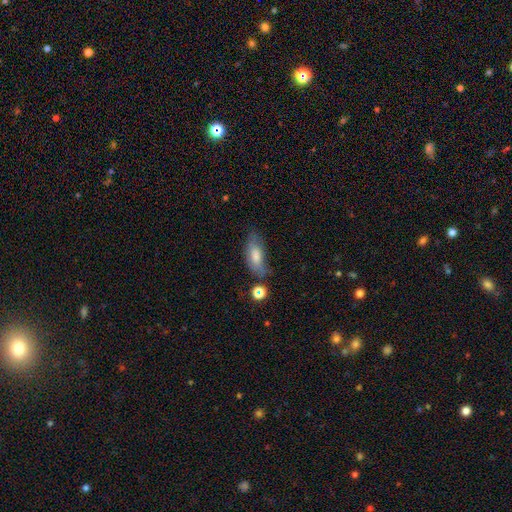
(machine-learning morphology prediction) The model was most divided on "merging": none: 55%, minor disturbance: 28%, major disturbance: 11%, merger: 6%. More confident: how rounded — in between (77%); smooth or featured — smooth (68%).